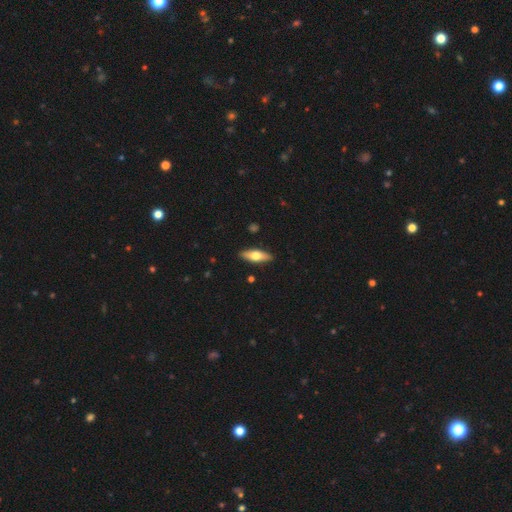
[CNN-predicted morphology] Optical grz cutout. It shows a smooth galaxy with no disk features (59%) that is in between round and cigar-shaped (57%). Merging: none (89%).